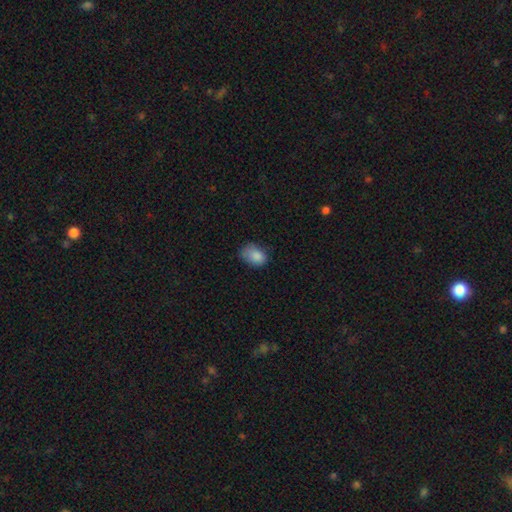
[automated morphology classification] Overall: smooth (85%). How rounded: in between (75%). Merging: none (57%; minor disturbance 32%).